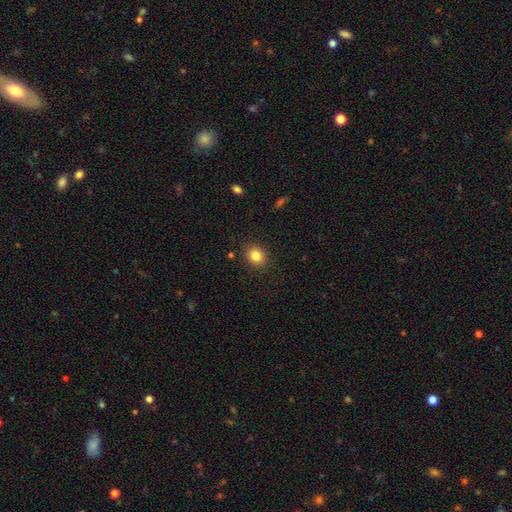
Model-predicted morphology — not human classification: Overall: smooth (83%). How rounded: round (64%; in between 35%). Merging: none (89%).